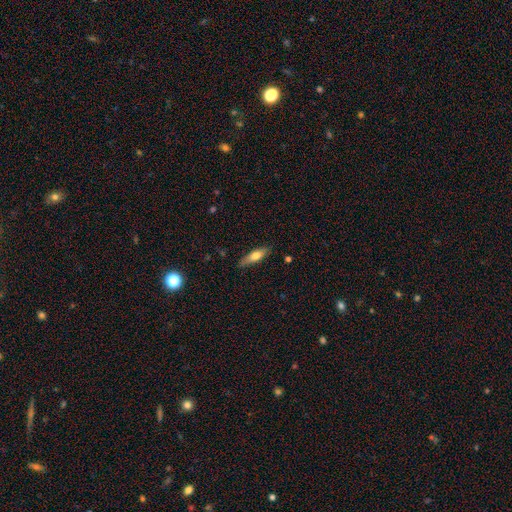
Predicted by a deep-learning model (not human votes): Smooth or featured? smooth (61%)
How rounded? cigar-shaped (61%)
Merging? none (85%)